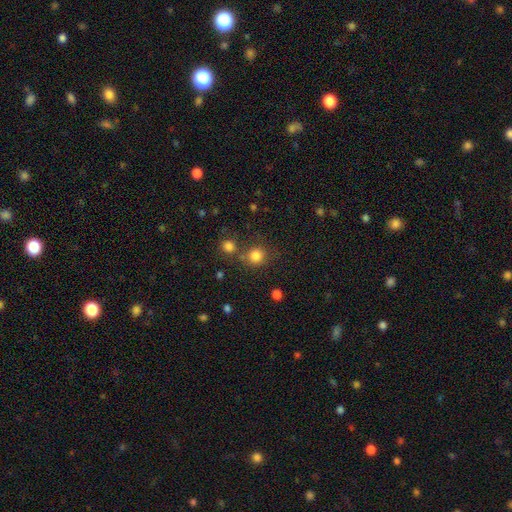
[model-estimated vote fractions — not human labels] smooth 82%, star or artifact 13%, featured or disk 5%. Down the decision tree: how rounded — round (89%); merging — none (68%).